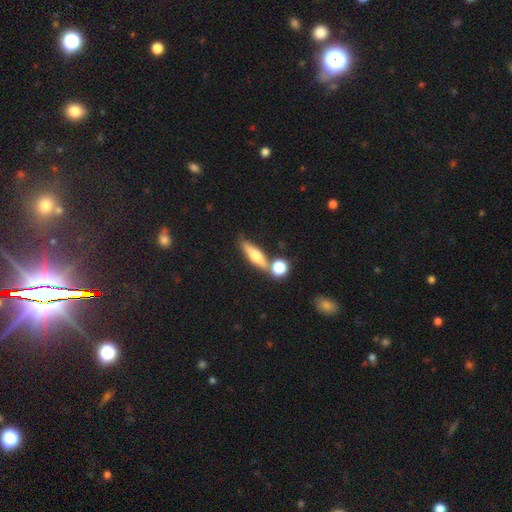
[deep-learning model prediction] smooth 51%, featured or disk 41%, star or artifact 8%. Down the decision tree: how rounded — cigar-shaped (58%); merging — none (64%).